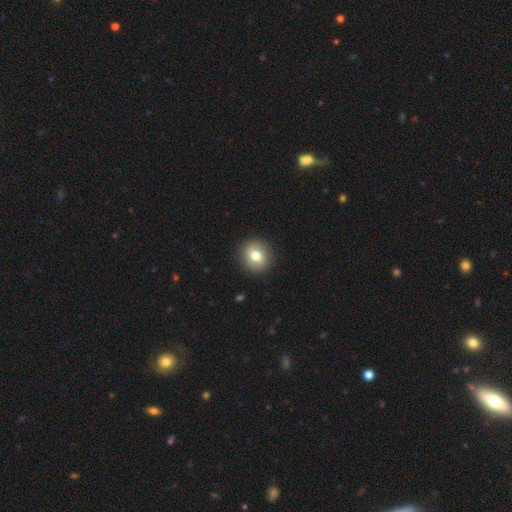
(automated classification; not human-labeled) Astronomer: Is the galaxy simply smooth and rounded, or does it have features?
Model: smooth — 76%.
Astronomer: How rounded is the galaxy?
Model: round — 85%.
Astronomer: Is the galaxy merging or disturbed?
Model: none — 91%.